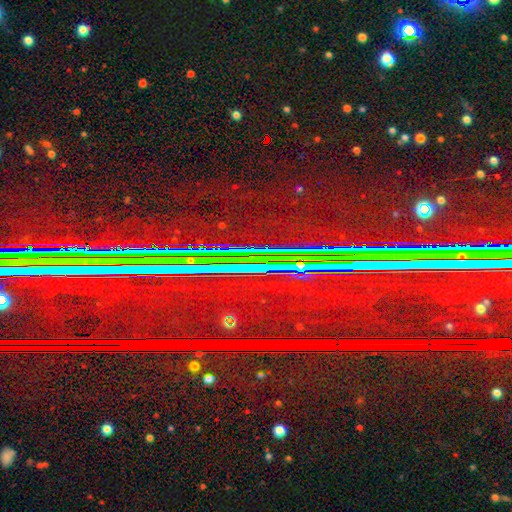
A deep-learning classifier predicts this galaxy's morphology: type=star or artifact (88%).